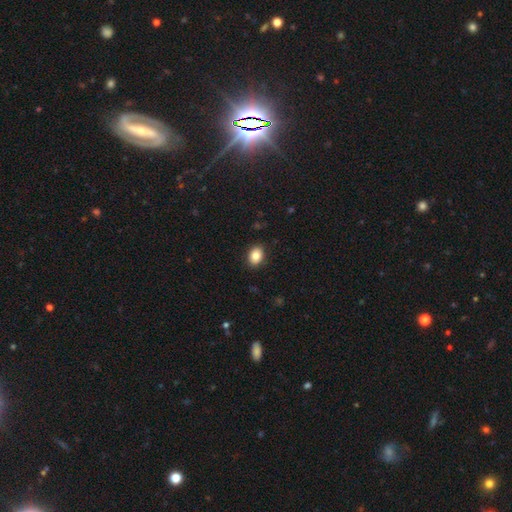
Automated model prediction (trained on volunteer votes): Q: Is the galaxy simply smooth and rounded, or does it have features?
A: smooth — 85%.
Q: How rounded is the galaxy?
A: in between — 69%.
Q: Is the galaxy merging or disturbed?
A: none — 89%.